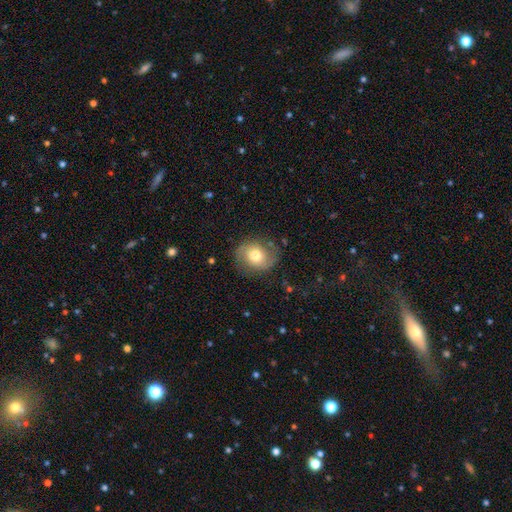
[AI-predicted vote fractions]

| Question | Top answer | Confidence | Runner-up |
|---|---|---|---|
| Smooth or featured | smooth | 49% | featured or disk (42%) |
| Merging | none | 77% | minor disturbance (16%) |